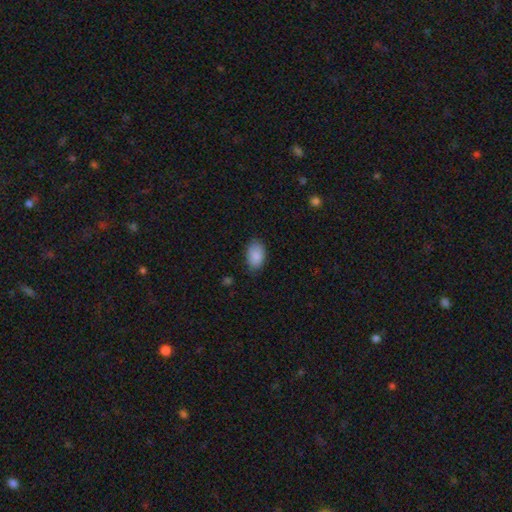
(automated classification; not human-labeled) Q: Smooth or featured?
A: smooth (89%); runner-up: star or artifact (7%)
Q: How rounded?
A: in between (90%); runner-up: round (9%)
Q: Merging?
A: none (81%); runner-up: minor disturbance (15%)